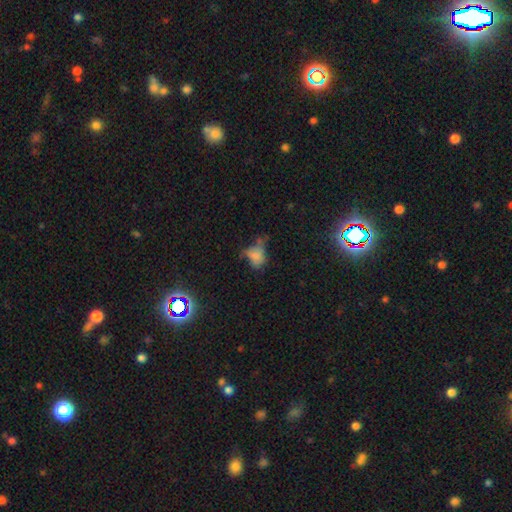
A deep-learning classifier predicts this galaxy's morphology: Smooth or featured? smooth (67%)
How rounded? in between (70%)
Merging? none (32%)